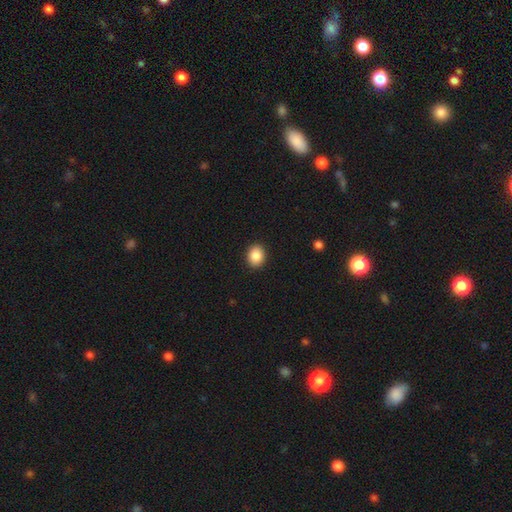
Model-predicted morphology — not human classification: type=smooth (88%); roundness=round (59%); merging=none (92%).